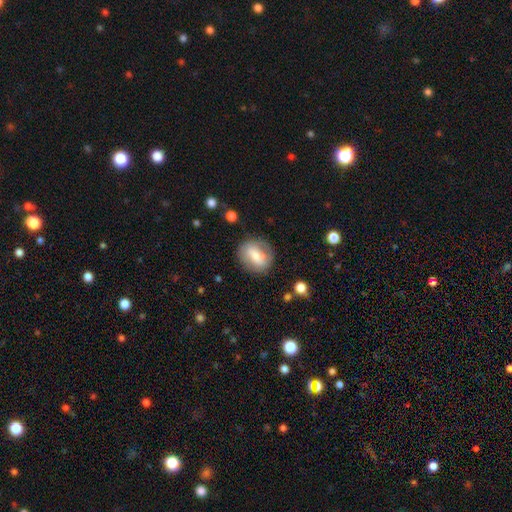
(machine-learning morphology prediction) Smooth or featured? Predicted: smooth (p=0.56). How rounded? Predicted: round (p=0.52). Merging? Predicted: none (p=0.77).